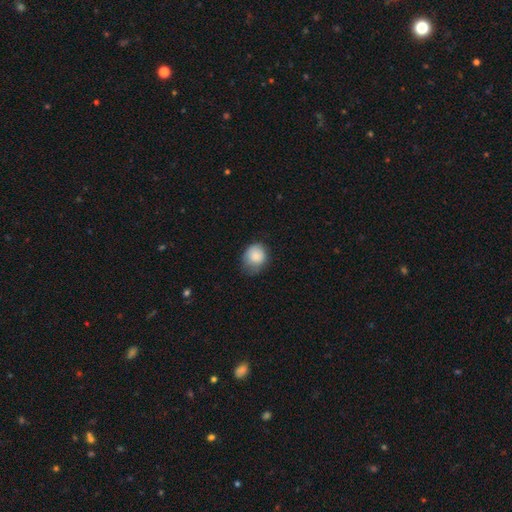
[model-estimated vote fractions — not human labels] A smooth galaxy with no disk features (85%) that is round (68%).

Vote fractions:
- Smooth or featured? smooth: 85% / star or artifact: 8% / featured or disk: 7%
- How rounded? round: 68% / in between: 31% / cigar-shaped: 1%
- Merging? none: 53% / minor disturbance: 36% / major disturbance: 10% / merger: 1%